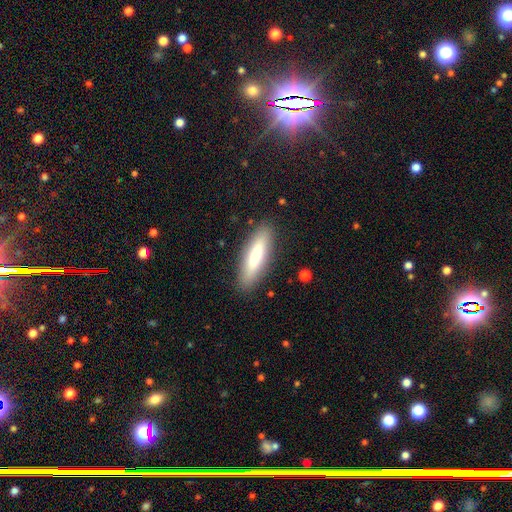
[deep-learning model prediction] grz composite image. It shows a smooth galaxy with no disk features (75%) that is cigar-shaped (66%). Merging: none (87%).